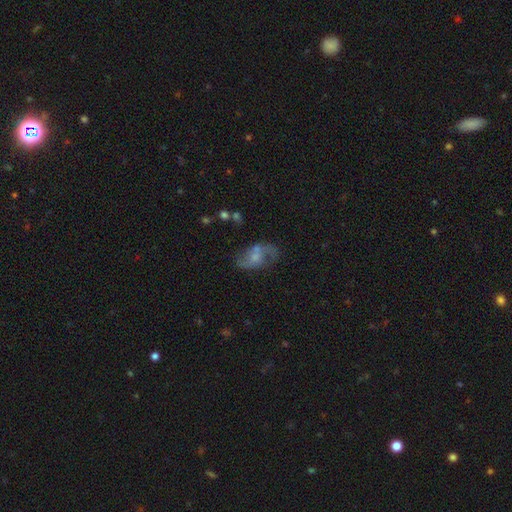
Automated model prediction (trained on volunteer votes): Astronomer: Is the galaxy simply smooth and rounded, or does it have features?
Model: featured or disk — 67%.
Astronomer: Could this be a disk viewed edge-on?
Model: no — 96%.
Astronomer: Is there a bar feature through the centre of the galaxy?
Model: no — 54% (runner-up: weak, 38%).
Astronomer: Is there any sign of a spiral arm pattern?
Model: yes — 81%.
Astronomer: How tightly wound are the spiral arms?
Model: loose — 63%.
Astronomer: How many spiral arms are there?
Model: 2 — 85%.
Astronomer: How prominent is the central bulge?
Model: small — 37% (runner-up: moderate, 32%).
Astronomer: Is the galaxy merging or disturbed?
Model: none — 53%.